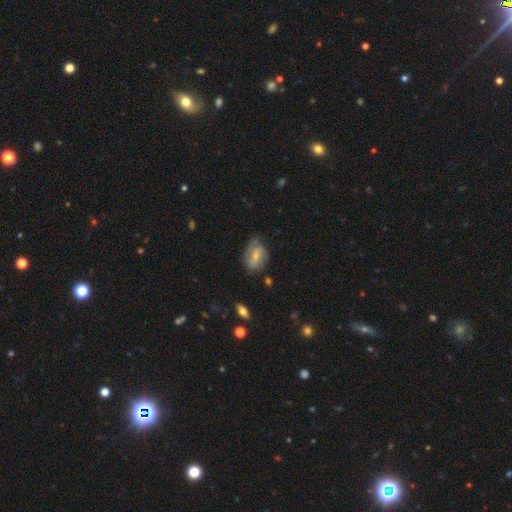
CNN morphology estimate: smooth-or-featured: featured or disk: 50% | smooth: 43% | star or artifact: 7%
  merging: none: 56% | minor disturbance: 31% | major disturbance: 11% | merger: 2%